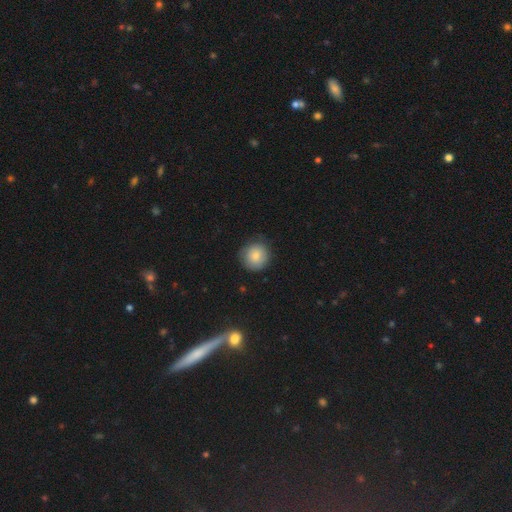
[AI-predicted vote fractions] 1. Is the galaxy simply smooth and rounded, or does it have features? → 83% smooth, 10% featured or disk, 8% star or artifact.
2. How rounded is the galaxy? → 91% round, 8% in between, 1% cigar-shaped.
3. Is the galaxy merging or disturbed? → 81% none, 15% minor disturbance, 3% major disturbance, 1% merger.